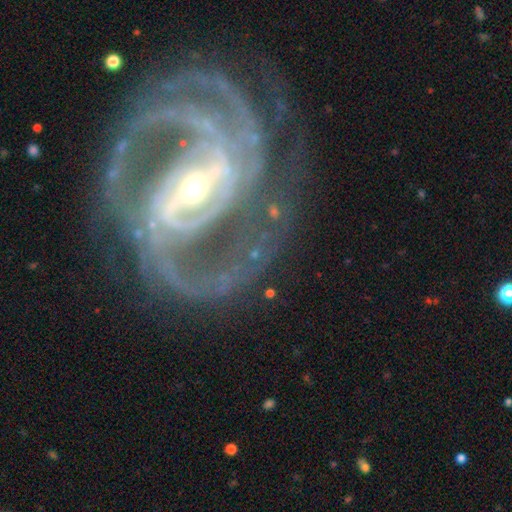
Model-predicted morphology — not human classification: smooth_or_featured: featured or disk (p=0.93) [alt: star or artifact p=0.05]
disk_edge_on: no (p=0.97) [alt: yes p=0.03]
bar: strong (p=0.65) [alt: weak p=0.26]
has_spiral_arms: yes (p=0.98) [alt: no p=0.02]
spiral_winding: medium (p=0.50) [alt: tight p=0.37]
spiral_arm_count: 2 (p=0.49) [alt: 3 p=0.19]
bulge_size: small (p=0.66) [alt: moderate p=0.29]
merging: none (p=0.66) [alt: major disturbance p=0.16]